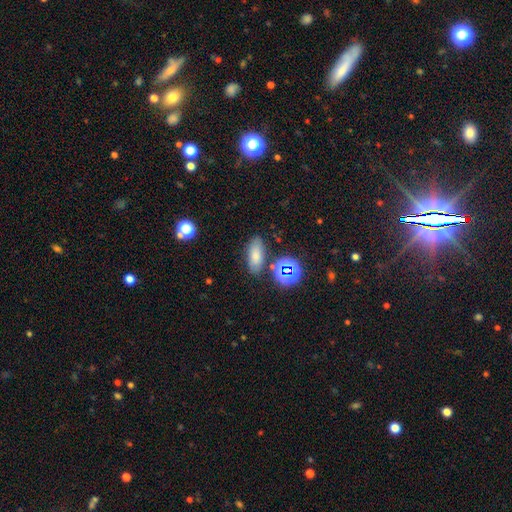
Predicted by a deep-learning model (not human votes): This appears to be a smooth galaxy with no disk features (71%) that is in between round and cigar-shaped (80%). Merging: none (79%).